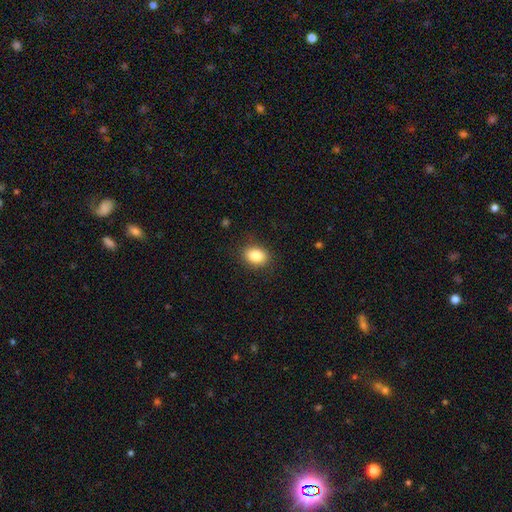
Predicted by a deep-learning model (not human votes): Overall: smooth (86%). How rounded: in between (66%; round 33%). Merging: none (86%).